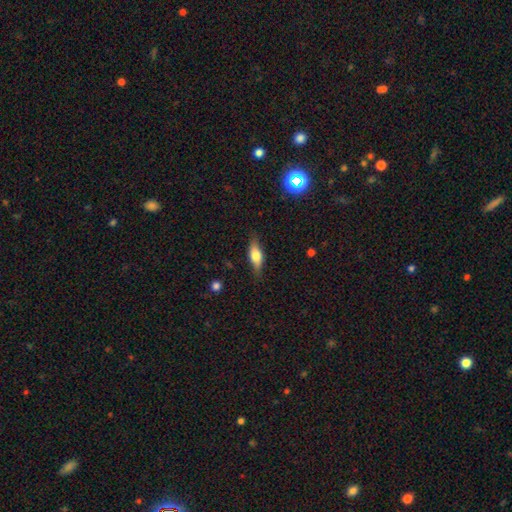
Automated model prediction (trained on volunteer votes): A smooth galaxy with no disk features (59%) that is in between round and cigar-shaped (64%).

Vote fractions:
- Smooth or featured? smooth: 59% / featured or disk: 33% / star or artifact: 8%
- How rounded? in between: 64% / cigar-shaped: 32% / round: 4%
- Merging? none: 81% / minor disturbance: 14% / major disturbance: 3% / merger: 1%